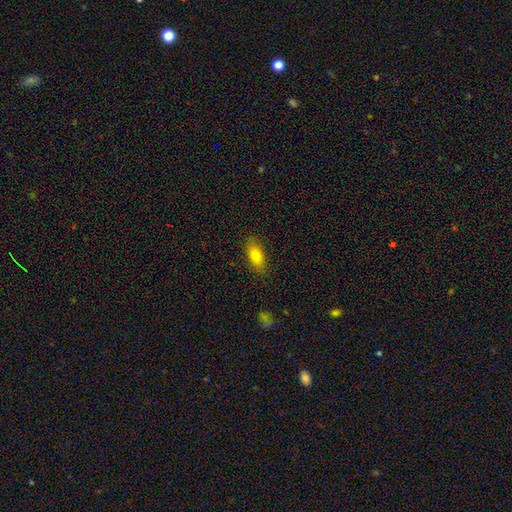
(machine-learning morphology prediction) smooth 79%, featured or disk 13%, star or artifact 8%. Down the decision tree: how rounded — in between (83%); merging — none (86%).